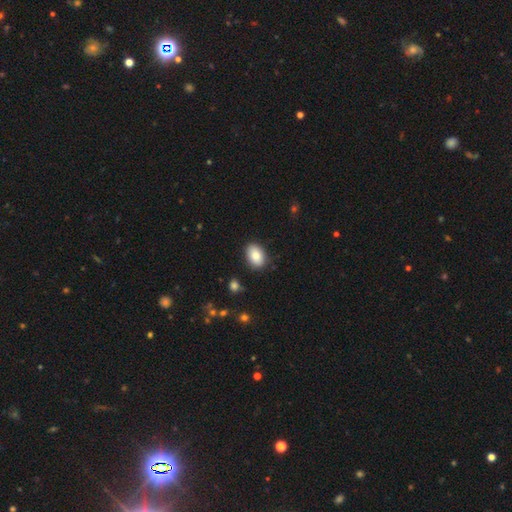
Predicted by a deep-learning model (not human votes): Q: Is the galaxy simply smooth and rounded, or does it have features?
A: smooth — 84%.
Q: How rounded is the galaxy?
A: in between — 85%.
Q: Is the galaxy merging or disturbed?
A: none — 87%.